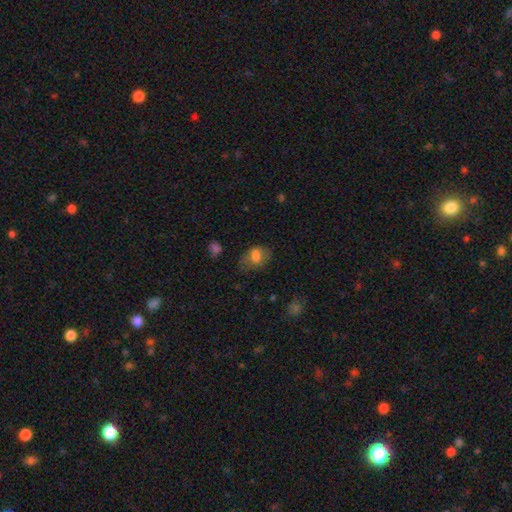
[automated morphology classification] A smooth galaxy with no disk features (70%) that is in between round and cigar-shaped (80%).

Vote fractions:
- Smooth or featured? smooth: 70% / featured or disk: 19% / star or artifact: 11%
- How rounded? in between: 80% / round: 17% / cigar-shaped: 3%
- Merging? none: 52% / minor disturbance: 26% / major disturbance: 18% / merger: 4%